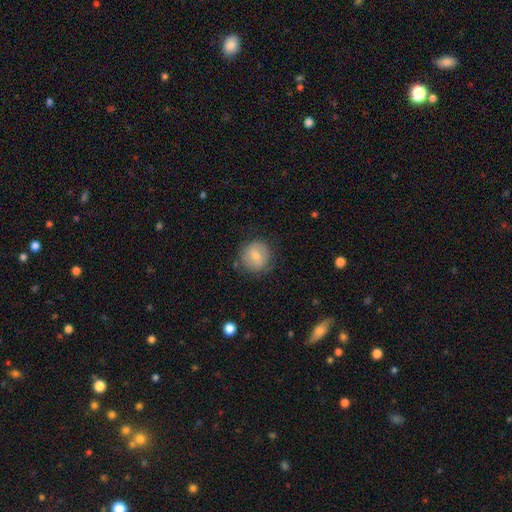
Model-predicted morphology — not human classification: This appears to be a smooth galaxy with no disk features (70%) that is round (89%). Merging: none (80%).